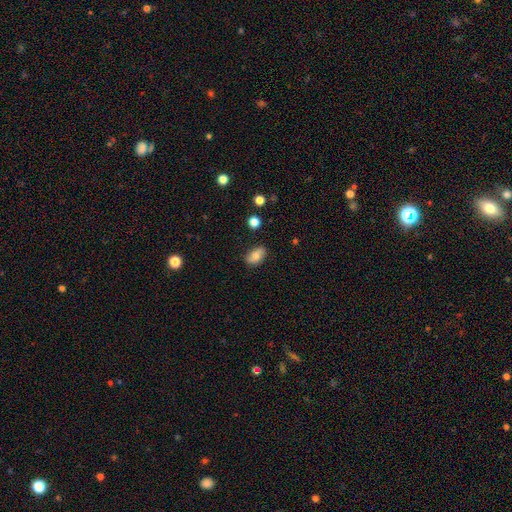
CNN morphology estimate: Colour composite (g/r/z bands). It shows a smooth galaxy with no disk features (74%) that is in between round and cigar-shaped (88%). Merging: none (81%).